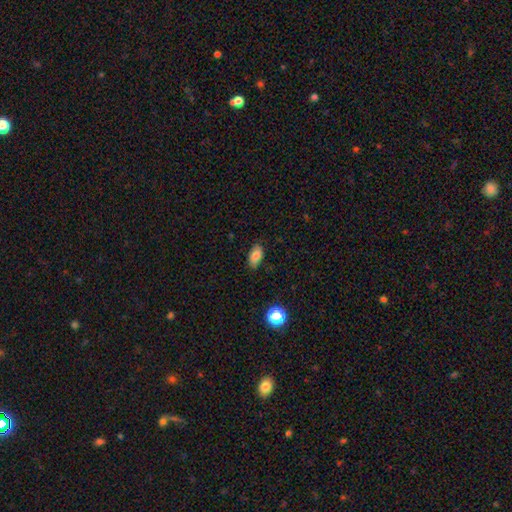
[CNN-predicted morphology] Q: Smooth or featured?
A: smooth (79%); runner-up: featured or disk (11%)
Q: How rounded?
A: in between (91%); runner-up: round (5%)
Q: Merging?
A: none (82%); runner-up: minor disturbance (14%)